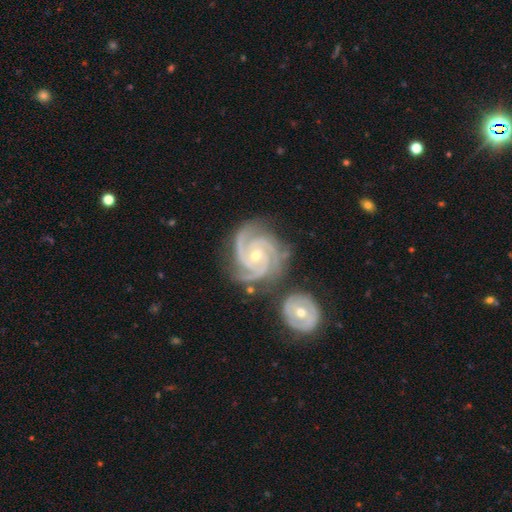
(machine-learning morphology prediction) type=featured or disk (94%); edge-on=no (98%); bar=no (66%); spiral arms=yes (99%); winding=tight (68%); arm count=3 (62%); bulge=small (55%); merging=none (64%).